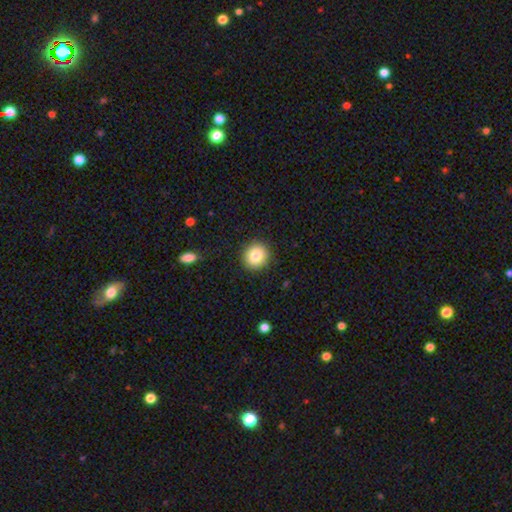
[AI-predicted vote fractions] smooth_or_featured: smooth (p=0.82) [alt: star or artifact p=0.09]
how_rounded: round (p=0.90) [alt: in between p=0.09]
merging: none (p=0.90) [alt: minor disturbance p=0.07]